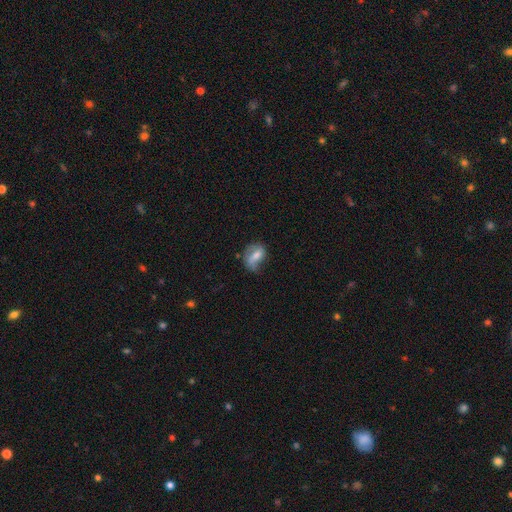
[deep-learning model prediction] This appears to be a smooth galaxy with no disk features (53%) that is in between round and cigar-shaped (76%). Merging: none (37%).